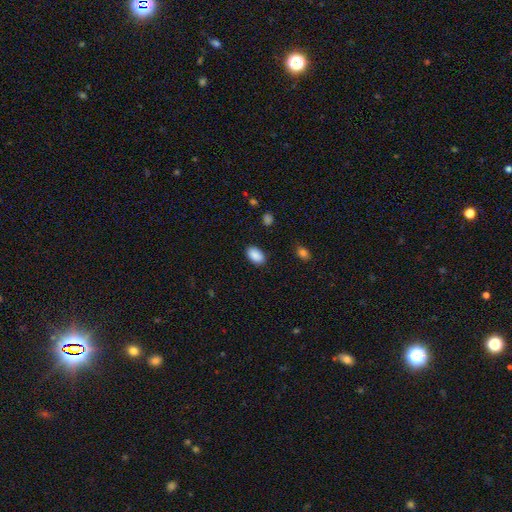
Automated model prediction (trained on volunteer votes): Smooth or featured? smooth (90%)
How rounded? in between (91%)
Merging? none (88%)